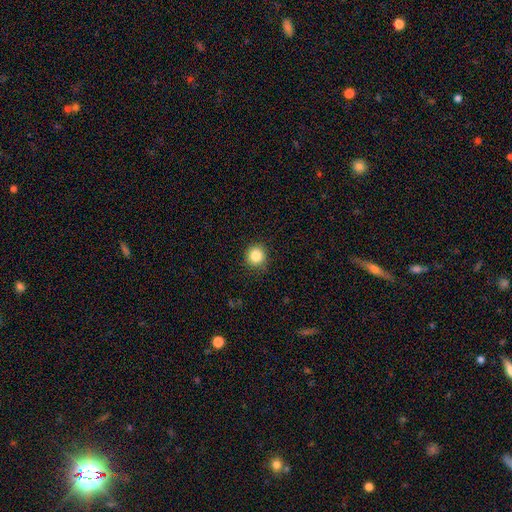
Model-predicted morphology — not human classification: This is clearly a smooth galaxy (86%). How rounded: clearly round (93%). Merging: clearly none (90%).